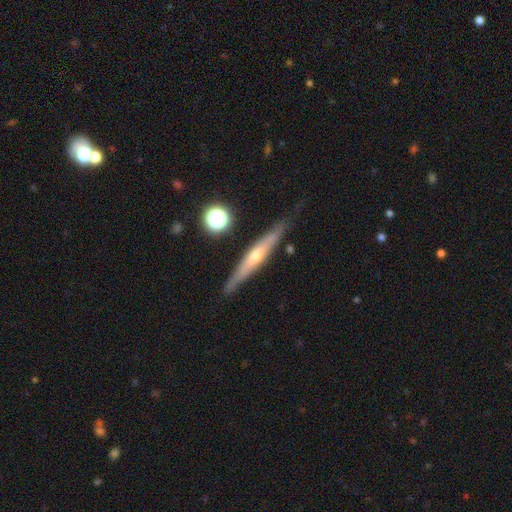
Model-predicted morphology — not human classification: Smooth or featured: featured or disk — 62% (smooth — 31%)
Edge-on disk: yes — 92% (no — 8%)
Edge-on bulge: rounded — 70% (none — 23%)
Merging: none — 79% (minor disturbance — 16%)